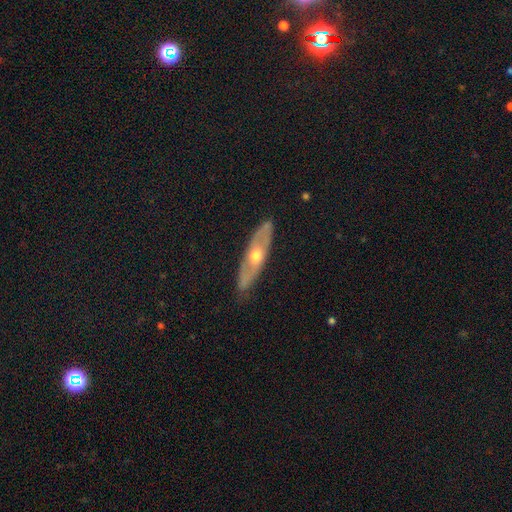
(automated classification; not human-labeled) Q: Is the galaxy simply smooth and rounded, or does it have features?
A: featured or disk — 62%.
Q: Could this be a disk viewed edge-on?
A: no — 53%.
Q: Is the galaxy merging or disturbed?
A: none — 83%.